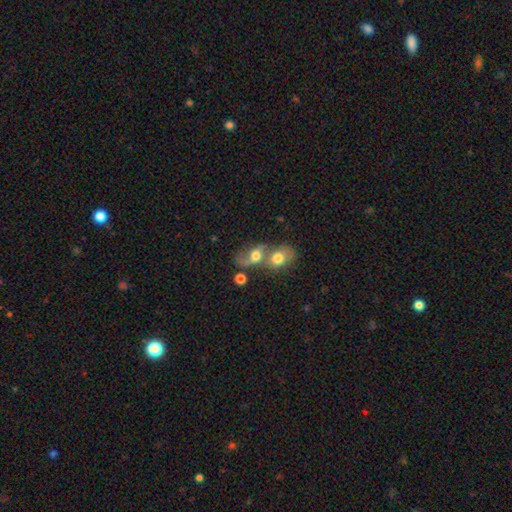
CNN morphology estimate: type=smooth (52%); roundness=in between (62%); merging=merger (70%).